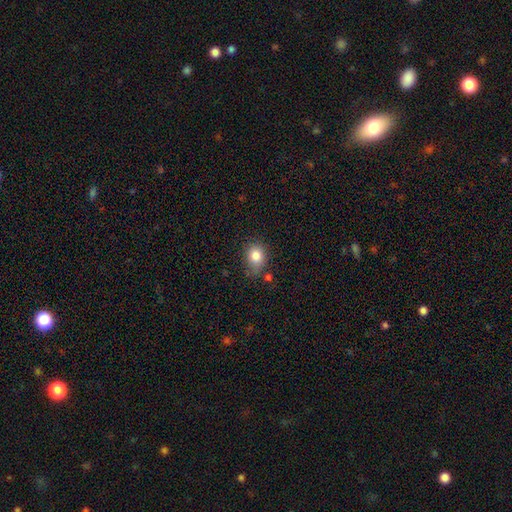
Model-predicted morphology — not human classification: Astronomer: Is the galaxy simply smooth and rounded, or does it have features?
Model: smooth — 82%.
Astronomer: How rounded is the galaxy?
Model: round — 55% (runner-up: in between, 44%).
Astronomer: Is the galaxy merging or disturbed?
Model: none — 68%.